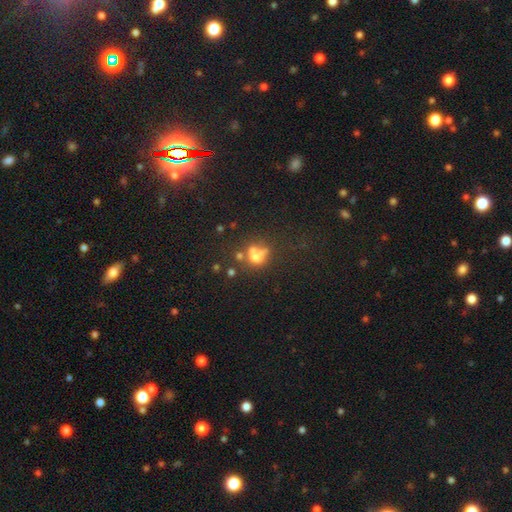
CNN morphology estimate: Overall: smooth (53%; featured or disk 25%). How rounded: round (66%; in between 32%). Merging: merger (42%; none 32%).